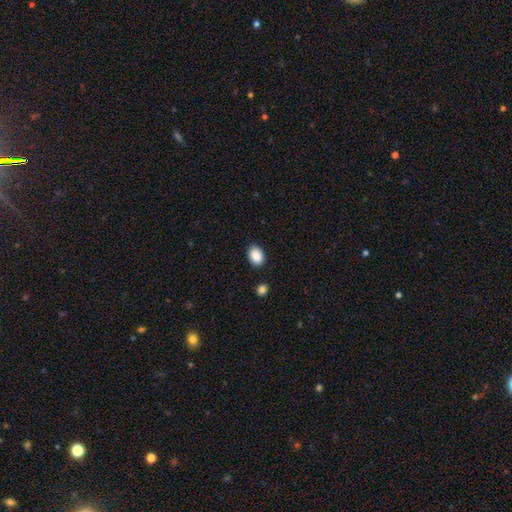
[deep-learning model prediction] Smooth or featured: smooth — 89% (star or artifact — 7%)
How rounded: in between — 76% (round — 23%)
Merging: none — 87% (minor disturbance — 9%)